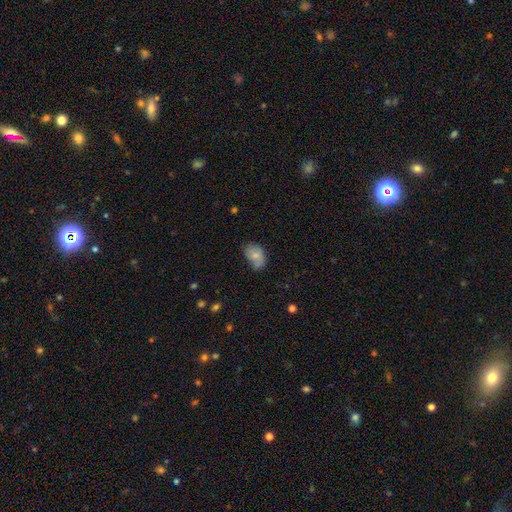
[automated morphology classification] smooth 72%, featured or disk 20%, star or artifact 8%. Down the decision tree: how rounded — in between (86%); merging — none (46%).